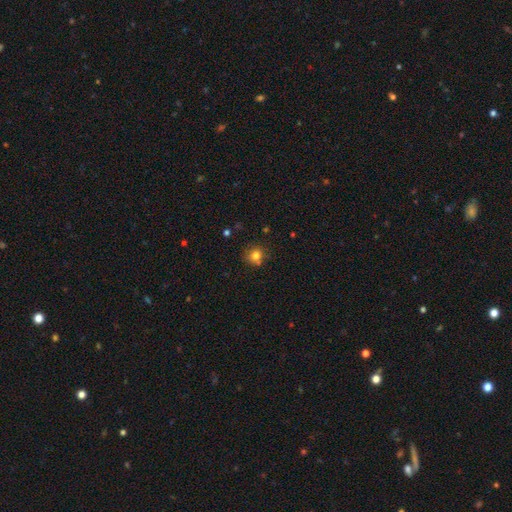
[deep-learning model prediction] smooth 78%, star or artifact 13%, featured or disk 9%. Down the decision tree: how rounded — round (89%); merging — none (74%).